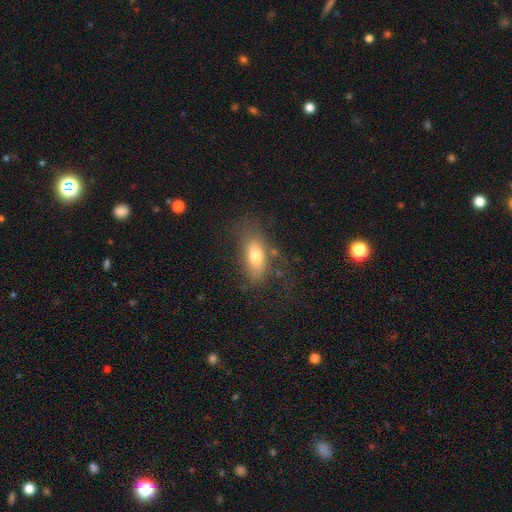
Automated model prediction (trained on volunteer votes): The model was most divided on "merging": none: 61%, minor disturbance: 21%, major disturbance: 14%, merger: 3%. More confident: how rounded — in between (85%); smooth or featured — smooth (70%).